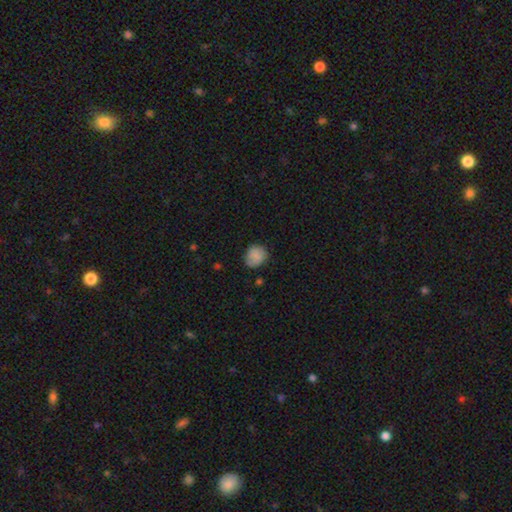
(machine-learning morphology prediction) This is likely a smooth galaxy (79%). How rounded: likely round (73%). Merging: likely none (70%).